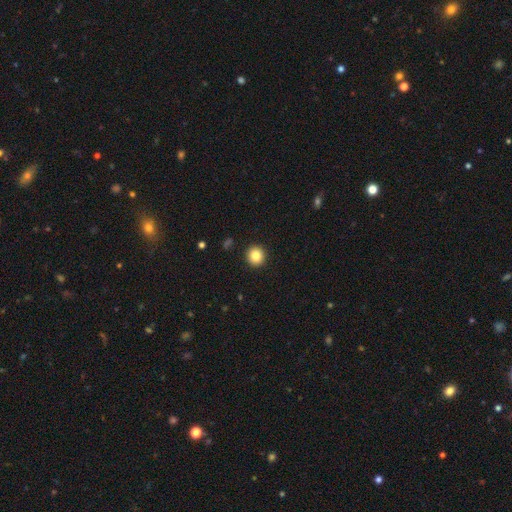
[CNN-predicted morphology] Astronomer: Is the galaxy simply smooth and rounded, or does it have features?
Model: smooth — 84%.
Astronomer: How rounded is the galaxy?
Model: round — 93%.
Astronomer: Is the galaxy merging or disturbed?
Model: none — 93%.